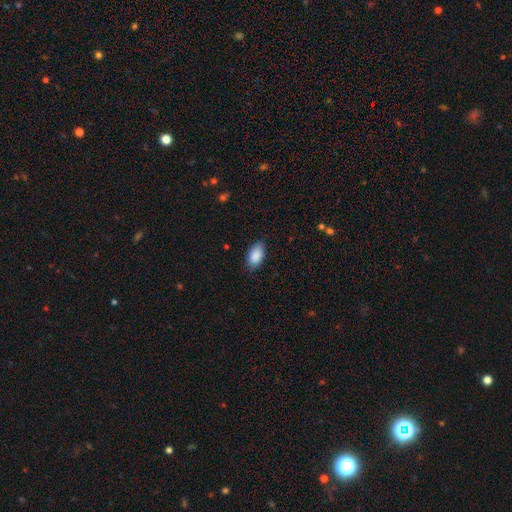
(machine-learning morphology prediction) A smooth galaxy with no disk features (89%) that is in between round and cigar-shaped (93%).

Vote fractions:
- Smooth or featured? smooth: 89% / star or artifact: 6% / featured or disk: 5%
- How rounded? in between: 93% / round: 4% / cigar-shaped: 3%
- Merging? none: 82% / minor disturbance: 14% / major disturbance: 3% / merger: 1%